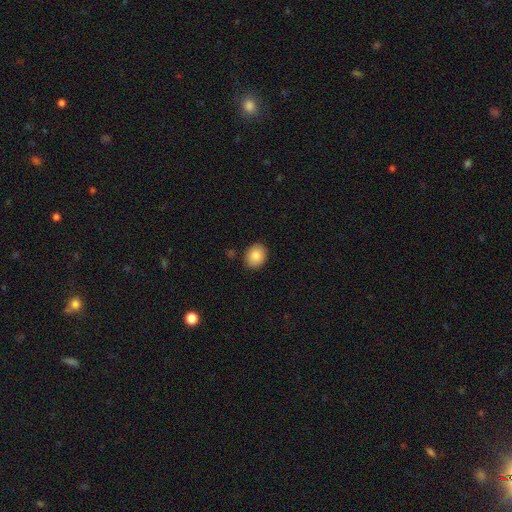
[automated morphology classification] Smooth or featured? smooth (86%)
How rounded? in between (51%)
Merging? none (88%)